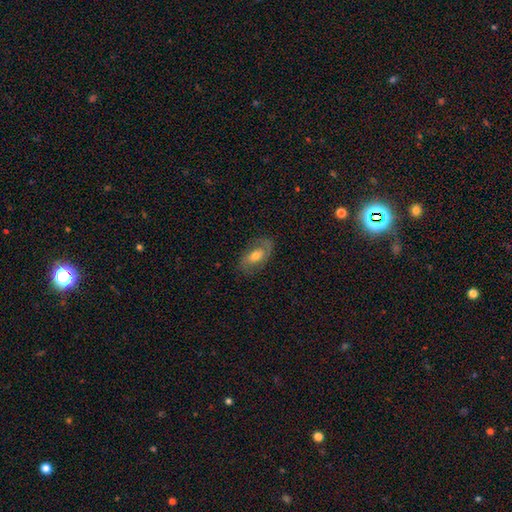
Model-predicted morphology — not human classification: smooth-or-featured: featured or disk: 49% | smooth: 43% | star or artifact: 8%
  merging: none: 75% | minor disturbance: 17% | major disturbance: 7% | merger: 1%